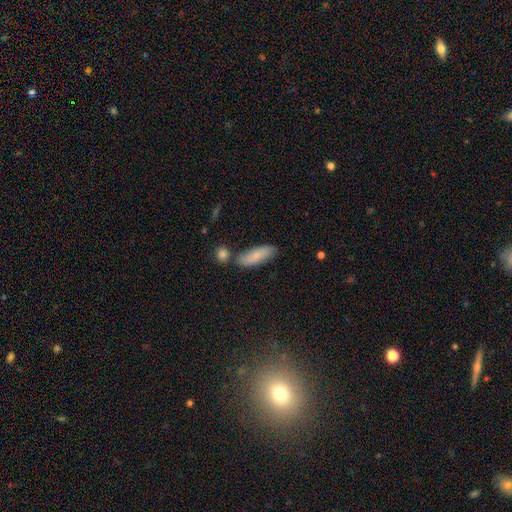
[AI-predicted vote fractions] This appears to be a smooth galaxy with no disk features (78%) that is in between round and cigar-shaped (62%). Merging: none (69%).